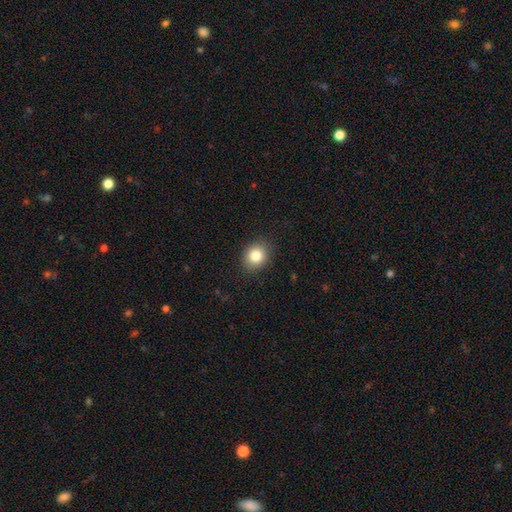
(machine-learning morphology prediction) smooth-or-featured: smooth: 83% | star or artifact: 10% | featured or disk: 7%
  how-rounded: round: 70% | in between: 29% | cigar-shaped: 1%
  merging: none: 87% | minor disturbance: 9% | major disturbance: 3% | merger: 1%